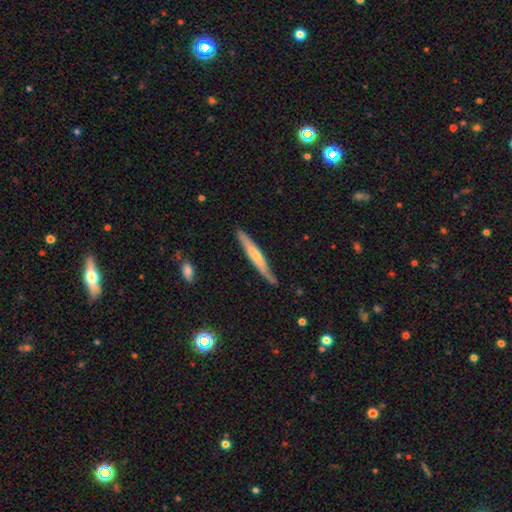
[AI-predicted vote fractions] smooth 52%, featured or disk 43%, star or artifact 5%. Down the decision tree: how rounded — cigar-shaped (95%); merging — none (80%).